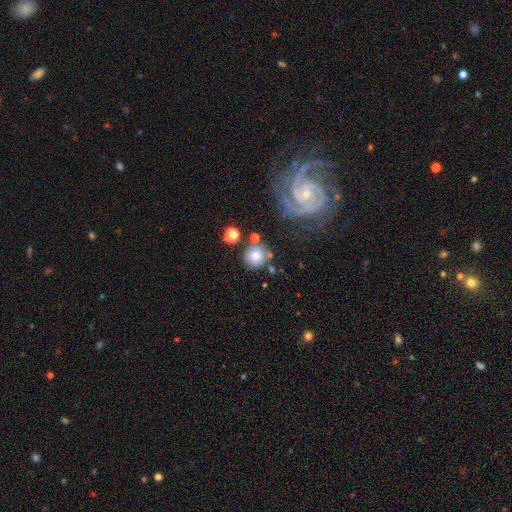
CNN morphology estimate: Smooth or featured? Predicted: smooth (p=0.66). How rounded? Predicted: round (p=0.91). Merging? Predicted: none (p=0.73).